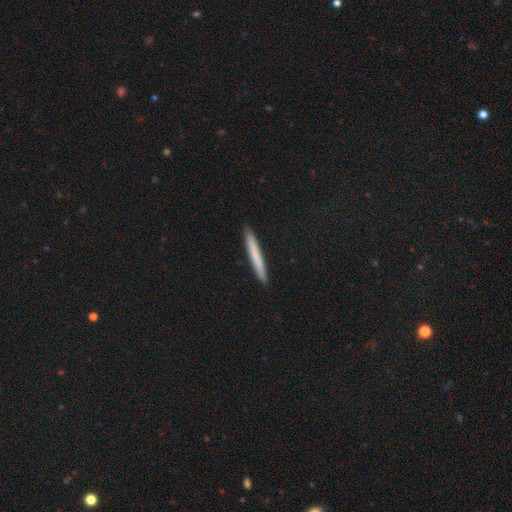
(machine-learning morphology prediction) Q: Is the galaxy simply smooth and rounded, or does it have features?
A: smooth — 70%.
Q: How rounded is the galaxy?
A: cigar-shaped — 97%.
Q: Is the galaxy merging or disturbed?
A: none — 92%.